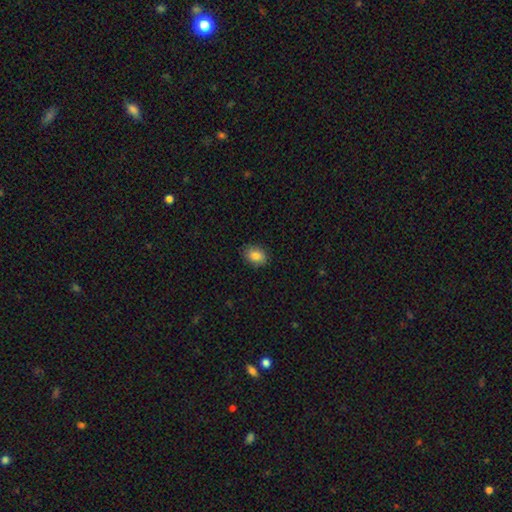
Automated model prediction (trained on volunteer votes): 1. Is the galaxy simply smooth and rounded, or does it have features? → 86% smooth, 8% star or artifact, 6% featured or disk.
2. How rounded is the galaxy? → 71% in between, 28% round, 1% cigar-shaped.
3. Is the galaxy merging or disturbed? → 88% none, 9% minor disturbance, 2% major disturbance, 1% merger.